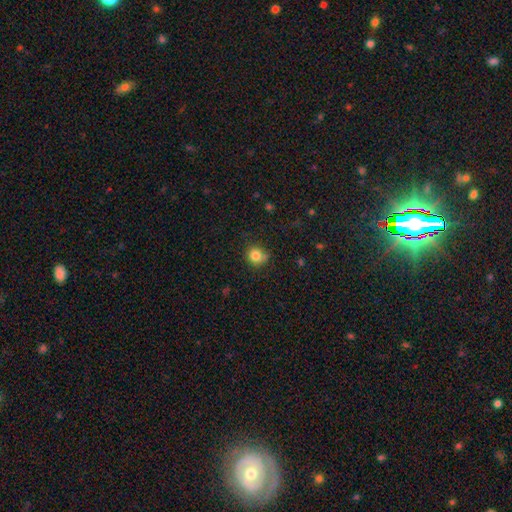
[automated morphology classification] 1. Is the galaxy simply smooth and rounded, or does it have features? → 82% smooth, 12% star or artifact, 6% featured or disk.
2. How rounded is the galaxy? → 88% round, 11% in between, 1% cigar-shaped.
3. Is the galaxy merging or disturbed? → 72% none, 21% minor disturbance, 5% major disturbance, 2% merger.